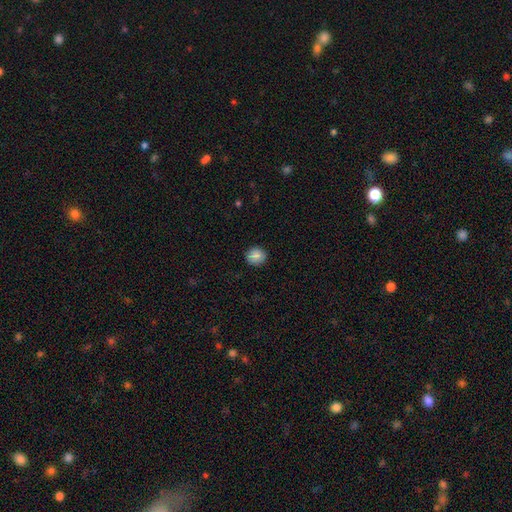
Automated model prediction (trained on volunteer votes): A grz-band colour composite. It shows a smooth galaxy with no disk features (87%) that is round (86%). Merging: none (89%).